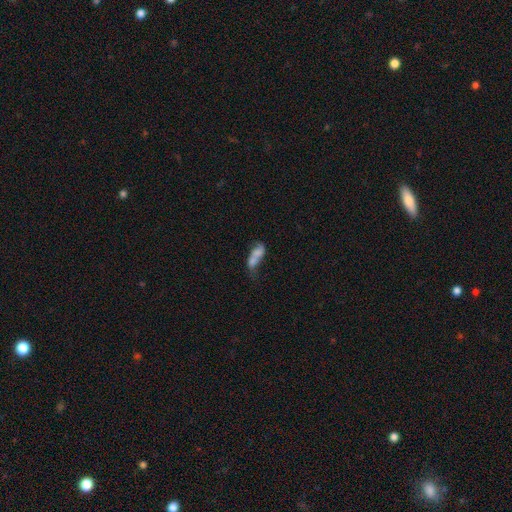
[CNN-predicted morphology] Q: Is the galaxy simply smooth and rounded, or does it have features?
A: smooth — 57%.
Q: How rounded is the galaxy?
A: in between — 74%.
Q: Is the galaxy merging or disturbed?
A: merger — 47%.